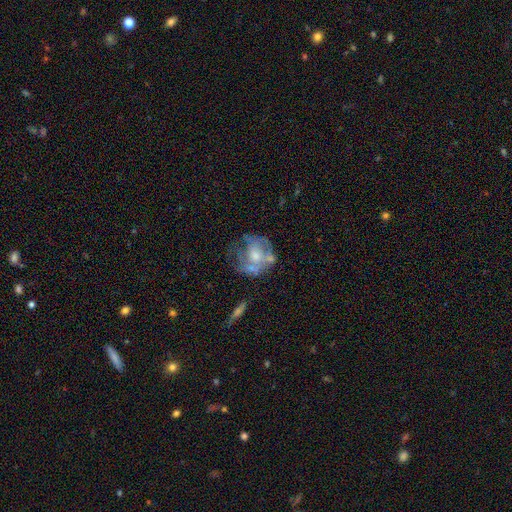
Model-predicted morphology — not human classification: This is likely a featured or disk galaxy (61%). It is clearly not viewed edge-on (97%). Bar: clearly no (81%). Spiral arm pattern: likely no (68%). Central bulge: possibly moderate (52%). Merging: marginally none (37%).